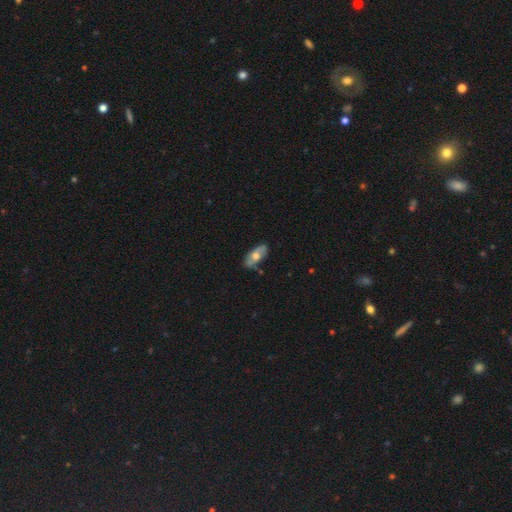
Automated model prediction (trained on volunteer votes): Smooth or featured?
  - smooth: 51% *
  - featured or disk: 43%
  - star or artifact: 6%
How rounded?
  - in between: 85% *
  - cigar-shaped: 11%
  - round: 3%
Merging?
  - none: 77% *
  - minor disturbance: 17%
  - major disturbance: 3%
  - merger: 3%